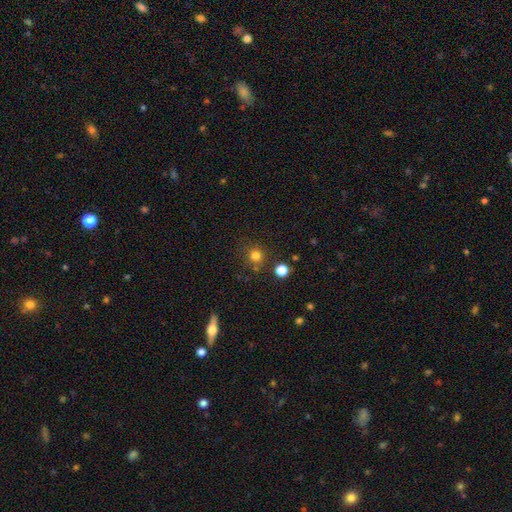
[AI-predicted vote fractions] Q: Smooth or featured?
A: smooth (78%); runner-up: star or artifact (16%)
Q: How rounded?
A: round (92%); runner-up: in between (7%)
Q: Merging?
A: none (80%); runner-up: minor disturbance (9%)